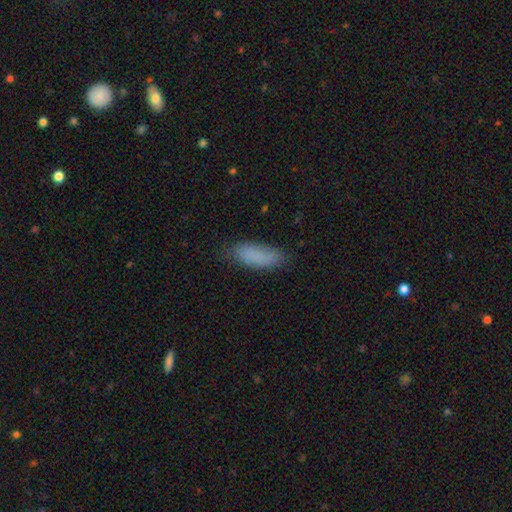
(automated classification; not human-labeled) Morphology: type=smooth (84%); roundness=in between (68%); merging=none (73%).